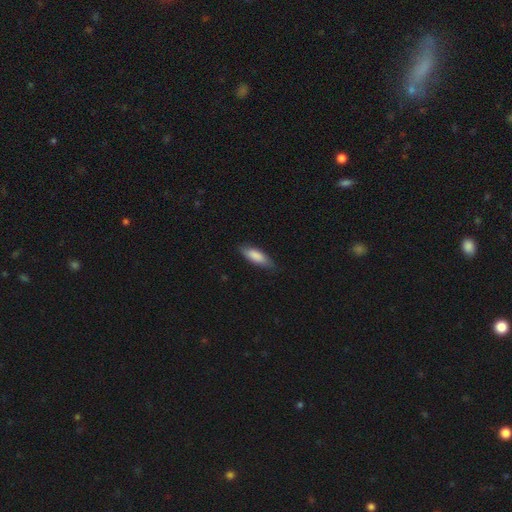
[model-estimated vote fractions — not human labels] smooth-or-featured: smooth: 85% | featured or disk: 10% | star or artifact: 5%
  how-rounded: in between: 64% | cigar-shaped: 34% | round: 2%
  merging: none: 79% | minor disturbance: 17% | major disturbance: 3% | merger: 1%